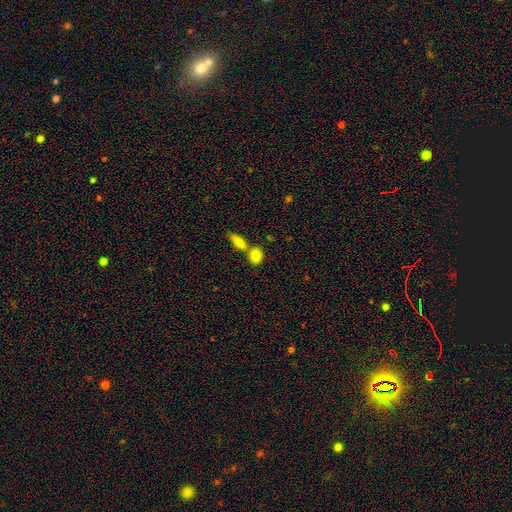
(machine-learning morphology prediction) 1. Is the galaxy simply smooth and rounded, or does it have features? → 86% smooth, 8% star or artifact, 6% featured or disk.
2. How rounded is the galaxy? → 71% in between, 24% round, 5% cigar-shaped.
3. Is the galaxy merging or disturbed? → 48% none, 39% merger, 9% minor disturbance, 3% major disturbance.